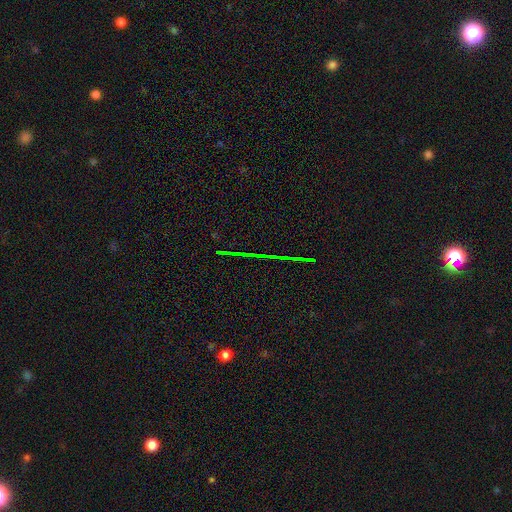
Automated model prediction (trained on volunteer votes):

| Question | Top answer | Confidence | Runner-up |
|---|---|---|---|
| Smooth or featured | star or artifact | 78% | featured or disk (12%) |